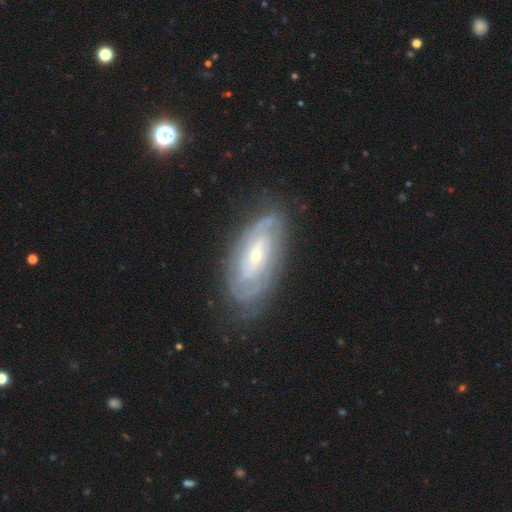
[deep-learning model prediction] Smooth or featured?
  - featured or disk: 82% *
  - smooth: 12%
  - star or artifact: 6%
Edge-on disk?
  - no: 93% *
  - yes: 7%
Bar?
  - no: 57% *
  - weak: 31%
  - strong: 12%
Spiral arms?
  - yes: 92% *
  - no: 8%
Spiral winding?
  - tight: 71% *
  - medium: 23%
  - loose: 6%
Spiral arm count?
  - can't tell: 41% *
  - 2: 30%
  - 3: 12%
  - 4: 7%
  - more than 4: 5%
  - 1: 4%
Bulge size?
  - small: 70% *
  - moderate: 26%
  - large: 1%
  - none: 1%
  - dominant: 1%
Merging?
  - none: 77% *
  - minor disturbance: 16%
  - major disturbance: 5%
  - merger: 1%